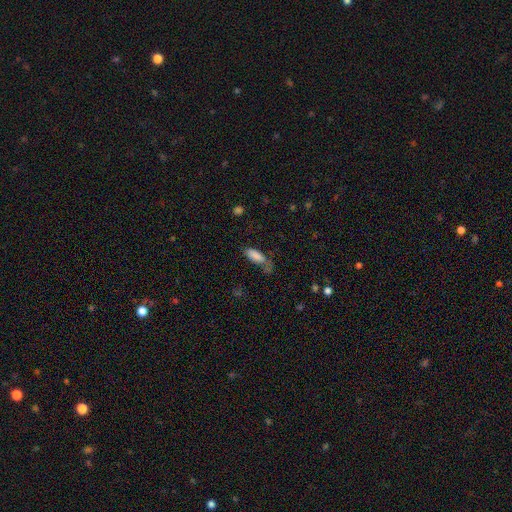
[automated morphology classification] This appears to be a smooth galaxy with no disk features (84%) that is in between round and cigar-shaped (73%). Merging: none (47%).